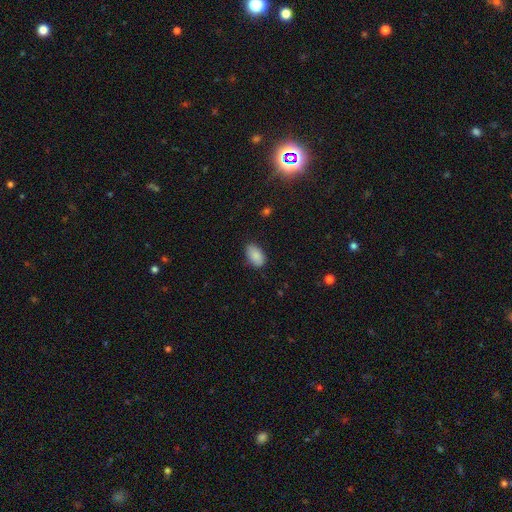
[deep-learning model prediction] smooth_or_featured: smooth (p=0.88) [alt: star or artifact p=0.07]
how_rounded: in between (p=0.93) [alt: round p=0.05]
merging: none (p=0.81) [alt: minor disturbance p=0.15]